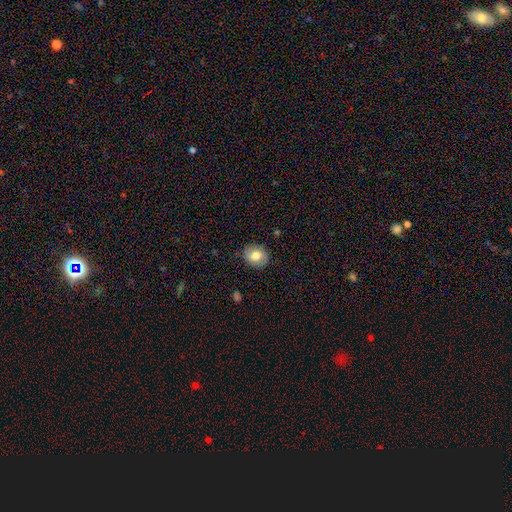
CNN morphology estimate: Smooth or featured?
  - smooth: 76% *
  - featured or disk: 16%
  - star or artifact: 8%
How rounded?
  - round: 60% *
  - in between: 39%
  - cigar-shaped: 1%
Merging?
  - none: 85% *
  - minor disturbance: 11%
  - major disturbance: 3%
  - merger: 1%